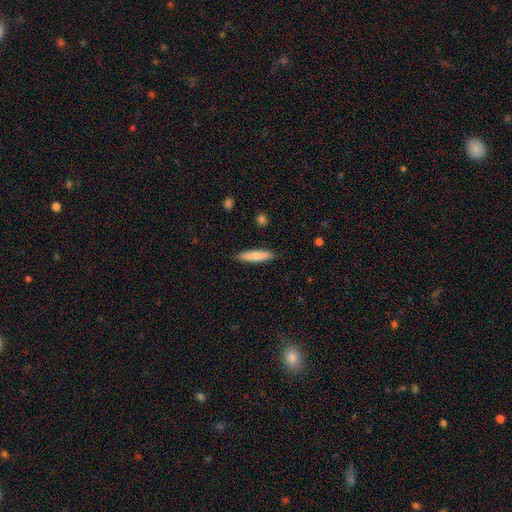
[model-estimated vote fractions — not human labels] smooth 80%, featured or disk 14%, star or artifact 6%. Down the decision tree: how rounded — cigar-shaped (83%); merging — none (88%).